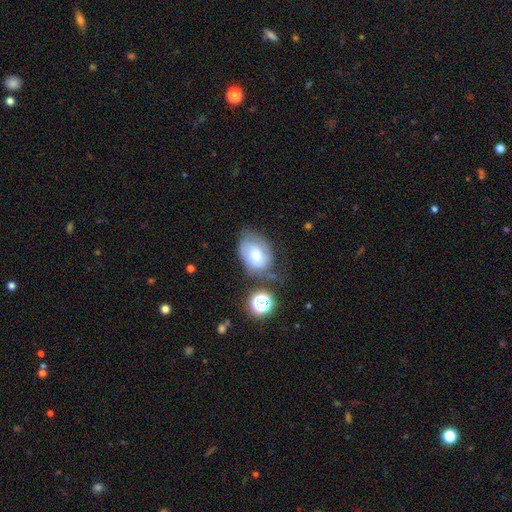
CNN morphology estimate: smooth 51%, featured or disk 39%, star or artifact 11%. Down the decision tree: how rounded — in between (74%); merging — none (43%).